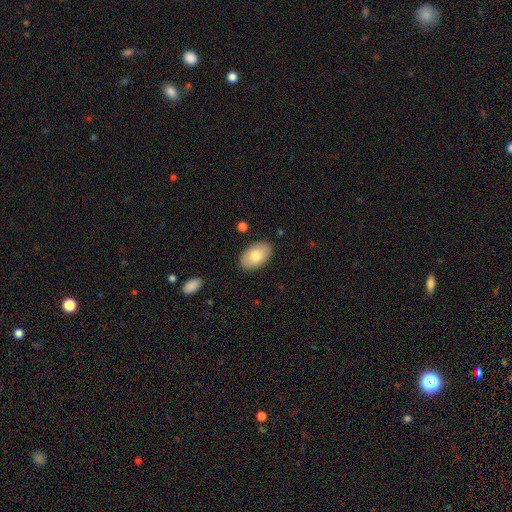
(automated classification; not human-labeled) A smooth galaxy with no disk features (77%) that is in between round and cigar-shaped (93%).

Vote fractions:
- Smooth or featured? smooth: 77% / featured or disk: 17% / star or artifact: 6%
- How rounded? in between: 93% / round: 6% / cigar-shaped: 1%
- Merging? none: 87% / minor disturbance: 9% / major disturbance: 2% / merger: 1%